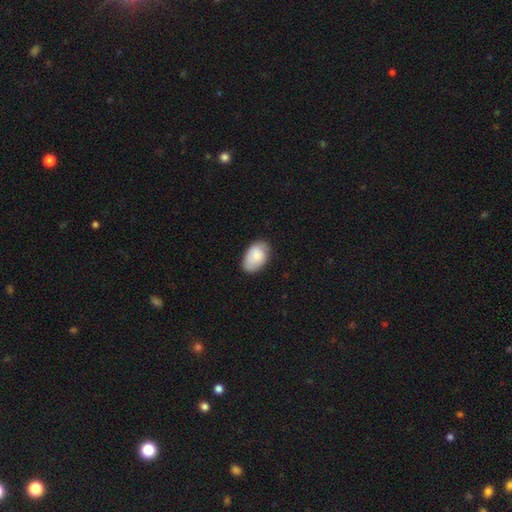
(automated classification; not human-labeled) This appears to be a smooth galaxy with no disk features (83%) that is in between round and cigar-shaped (92%). Merging: none (71%).